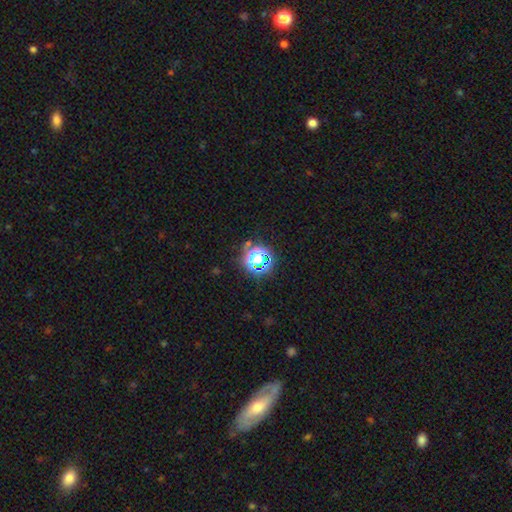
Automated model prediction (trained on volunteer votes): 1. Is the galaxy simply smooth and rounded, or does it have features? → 70% star or artifact, 22% smooth, 8% featured or disk.